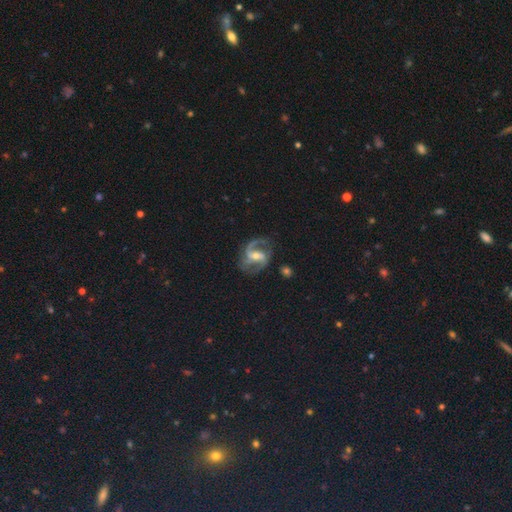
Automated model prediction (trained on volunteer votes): Q: Smooth or featured?
A: featured or disk (90%); runner-up: smooth (5%)
Q: Edge-on disk?
A: no (98%); runner-up: yes (2%)
Q: Bar?
A: weak (44%); runner-up: strong (36%)
Q: Spiral arms?
A: yes (97%); runner-up: no (3%)
Q: Spiral winding?
A: medium (55%); runner-up: loose (30%)
Q: Spiral arm count?
A: 2 (75%); runner-up: 3 (13%)
Q: Bulge size?
A: moderate (54%); runner-up: small (40%)
Q: Merging?
A: none (67%); runner-up: minor disturbance (18%)